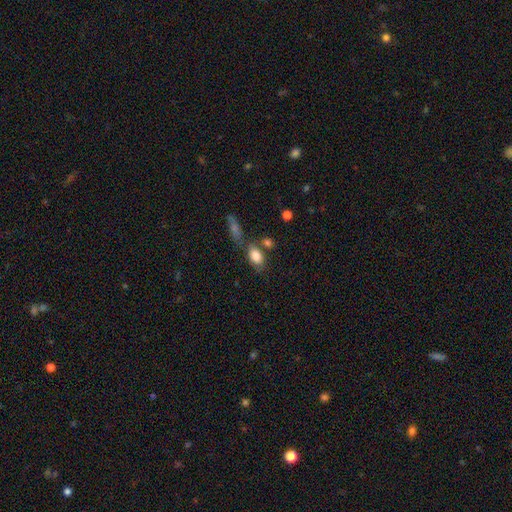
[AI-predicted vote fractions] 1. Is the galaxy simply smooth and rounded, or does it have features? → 84% smooth, 8% featured or disk, 8% star or artifact.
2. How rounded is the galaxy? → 86% in between, 11% round, 3% cigar-shaped.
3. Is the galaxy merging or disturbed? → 60% none, 18% merger, 17% minor disturbance, 6% major disturbance.